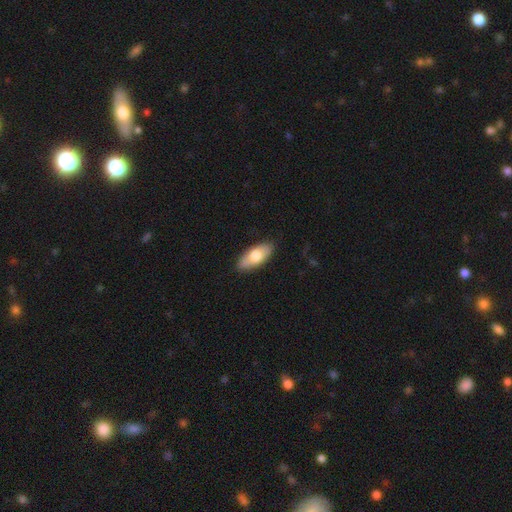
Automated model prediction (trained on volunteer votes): Overall: smooth (72%). How rounded: in between (83%). Merging: none (87%).